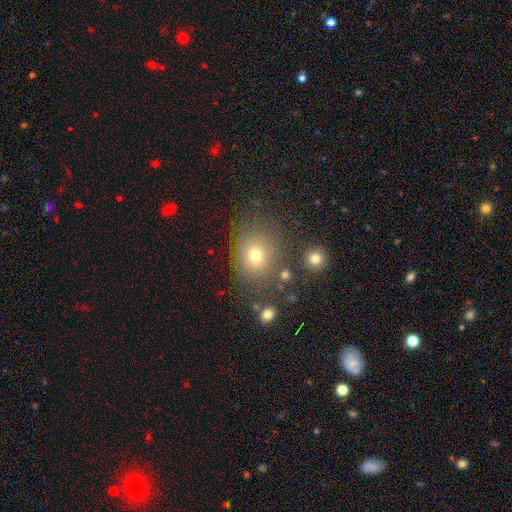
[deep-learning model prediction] A smooth galaxy with no disk features (71%) that is round (58%).

Vote fractions:
- Smooth or featured? smooth: 71% / star or artifact: 17% / featured or disk: 12%
- How rounded? round: 58% / in between: 41% / cigar-shaped: 1%
- Merging? none: 73% / minor disturbance: 15% / major disturbance: 7% / merger: 6%